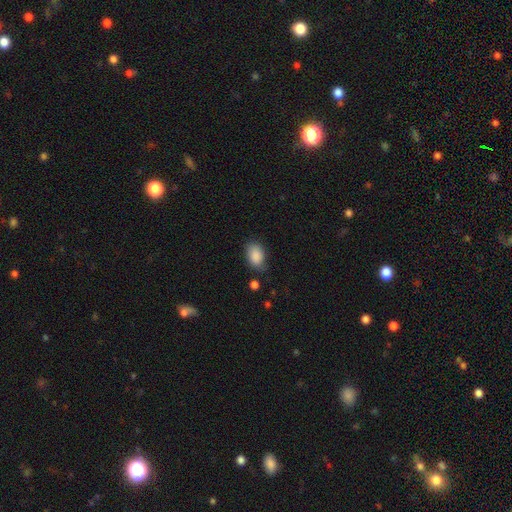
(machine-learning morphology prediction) Overall: smooth (88%). How rounded: in between (85%). Merging: none (68%).